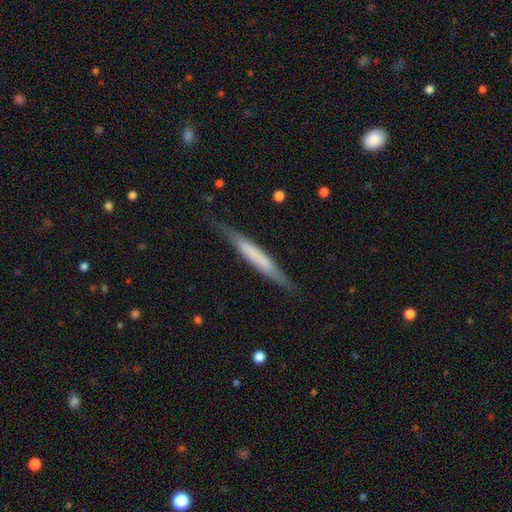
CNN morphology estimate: Smooth or featured?
  - smooth: 49% *
  - featured or disk: 46%
  - star or artifact: 6%
Merging?
  - none: 79% *
  - minor disturbance: 16%
  - major disturbance: 3%
  - merger: 2%